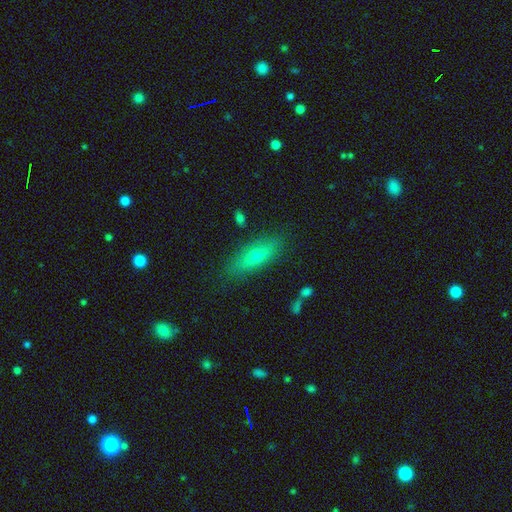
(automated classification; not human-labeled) This appears to be a smooth galaxy with no disk features (59%) that is in between round and cigar-shaped (54%). Merging: none (82%).